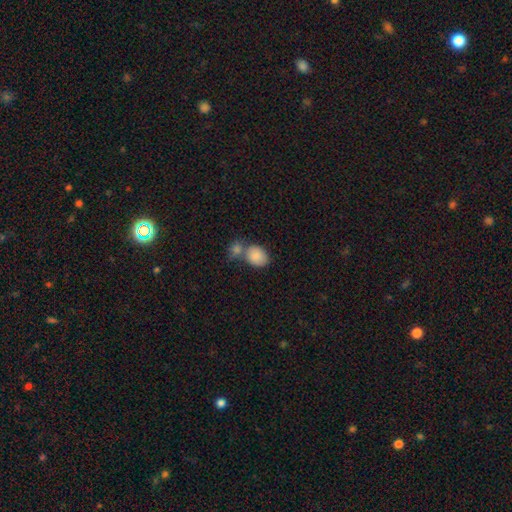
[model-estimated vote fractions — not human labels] Morphology: type=smooth (86%); roundness=in between (67%); merging=merger (48%).